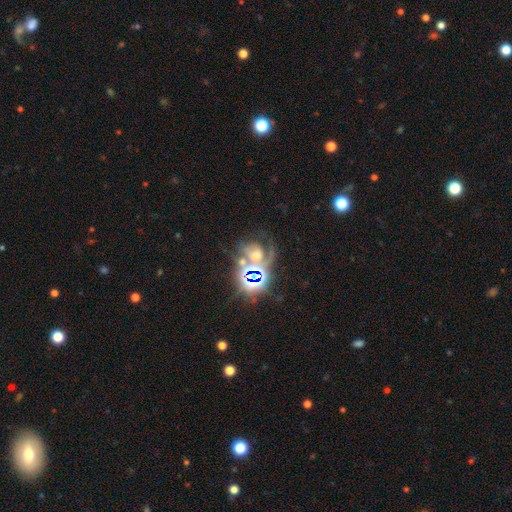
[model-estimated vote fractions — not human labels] A star or artifact, not a galaxy (45%).

Vote fractions:
- Smooth or featured? star or artifact: 45% / featured or disk: 37% / smooth: 19%